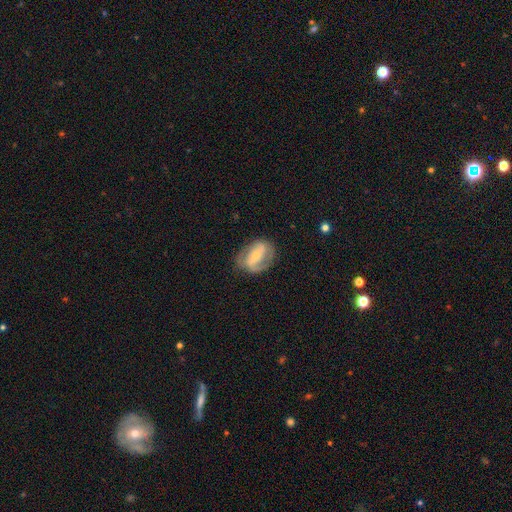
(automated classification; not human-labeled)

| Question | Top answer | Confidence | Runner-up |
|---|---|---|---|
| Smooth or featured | featured or disk | 68% | smooth (26%) |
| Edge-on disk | no | 95% | yes (5%) |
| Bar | strong | 41% | weak (31%) |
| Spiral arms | yes | 68% | no (32%) |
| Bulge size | small | 55% | moderate (40%) |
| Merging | none | 68% | minor disturbance (20%) |